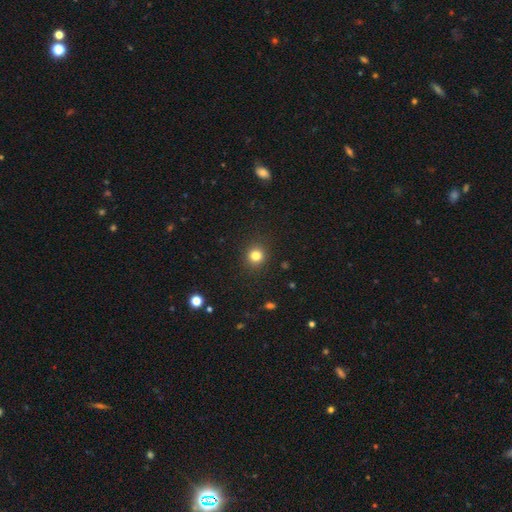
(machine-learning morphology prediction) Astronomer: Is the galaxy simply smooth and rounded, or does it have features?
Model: smooth — 81%.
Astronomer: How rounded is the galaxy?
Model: round — 89%.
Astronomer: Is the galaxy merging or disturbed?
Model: none — 91%.